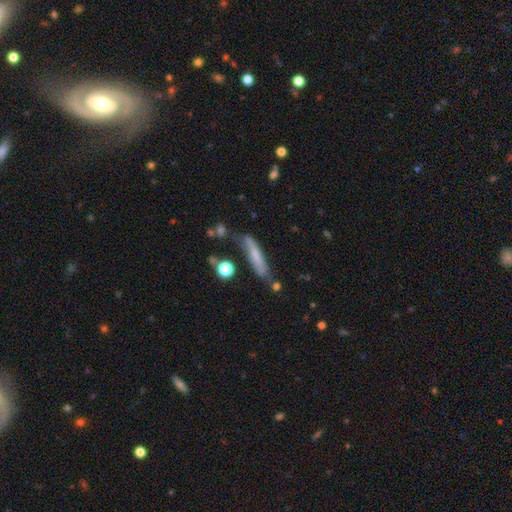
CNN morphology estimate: Q: Smooth or featured?
A: smooth (58%); runner-up: featured or disk (34%)
Q: How rounded?
A: cigar-shaped (85%); runner-up: in between (13%)
Q: Merging?
A: none (59%); runner-up: minor disturbance (25%)